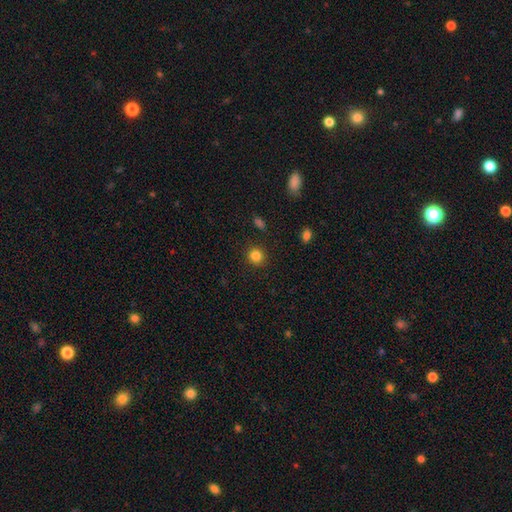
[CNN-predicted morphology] Smooth or featured: smooth — 84% (star or artifact — 12%)
How rounded: round — 90% (in between — 9%)
Merging: none — 90% (minor disturbance — 6%)